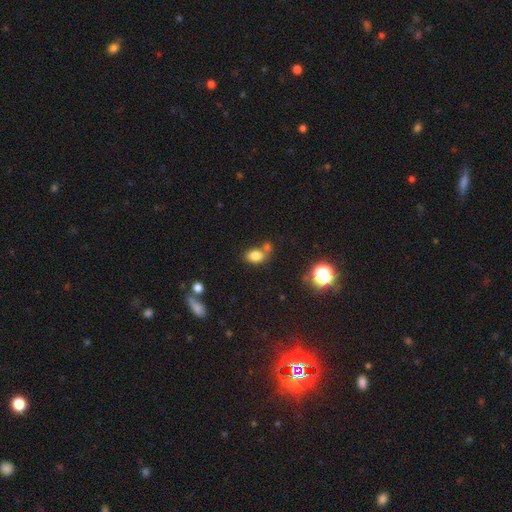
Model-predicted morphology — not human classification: smooth-or-featured: smooth: 79% | star or artifact: 12% | featured or disk: 8%
  how-rounded: in between: 76% | round: 23% | cigar-shaped: 1%
  merging: none: 53% | merger: 29% | minor disturbance: 13% | major disturbance: 5%